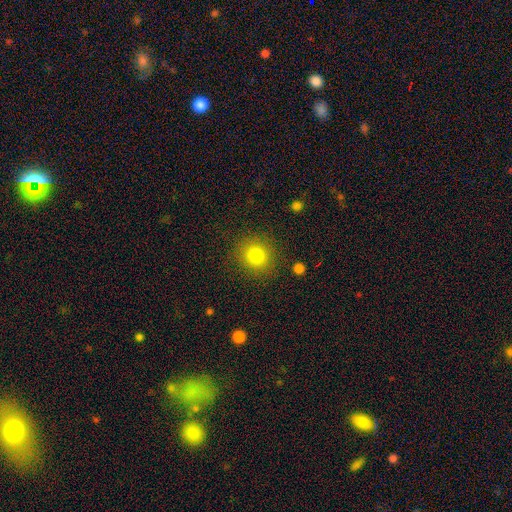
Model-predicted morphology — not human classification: Smooth or featured? Predicted: smooth (p=0.81). How rounded? Predicted: round (p=0.89). Merging? Predicted: none (p=0.88).